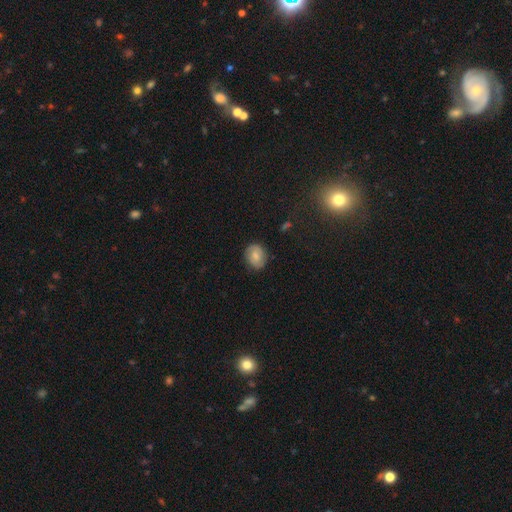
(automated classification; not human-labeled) Q: Smooth or featured?
A: smooth (72%); runner-up: featured or disk (19%)
Q: How rounded?
A: round (56%); runner-up: in between (43%)
Q: Merging?
A: none (82%); runner-up: minor disturbance (14%)